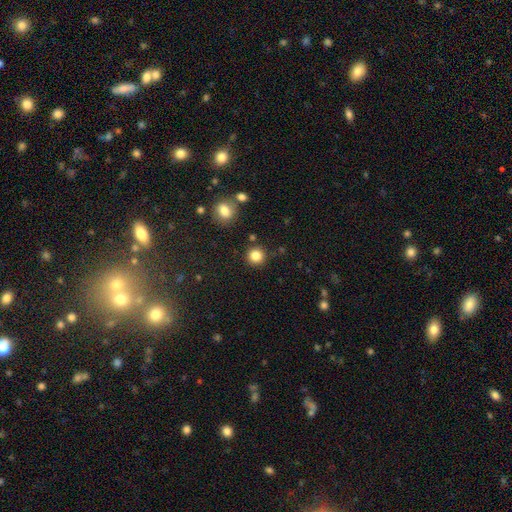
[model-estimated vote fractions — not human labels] Overall: smooth (83%). How rounded: round (94%). Merging: none (88%).